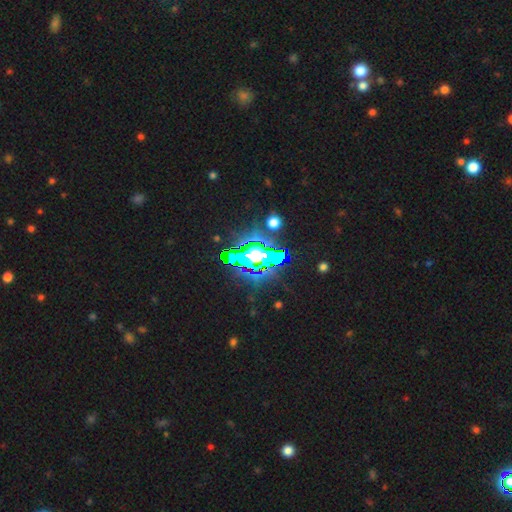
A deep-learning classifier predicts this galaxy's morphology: This is possibly a star or artifact rather than a galaxy (59%).